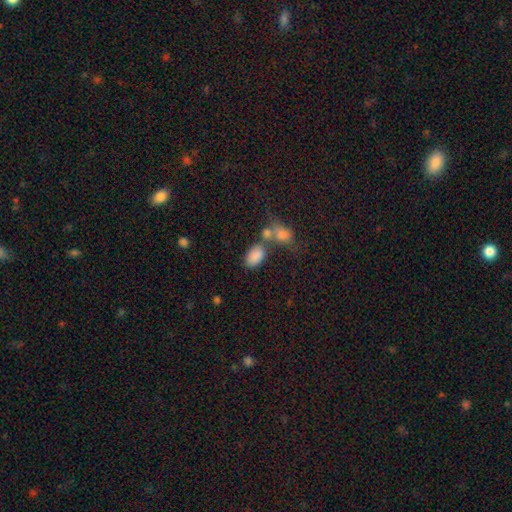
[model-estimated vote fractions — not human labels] Smooth or featured? smooth (84%)
How rounded? in between (90%)
Merging? none (44%)